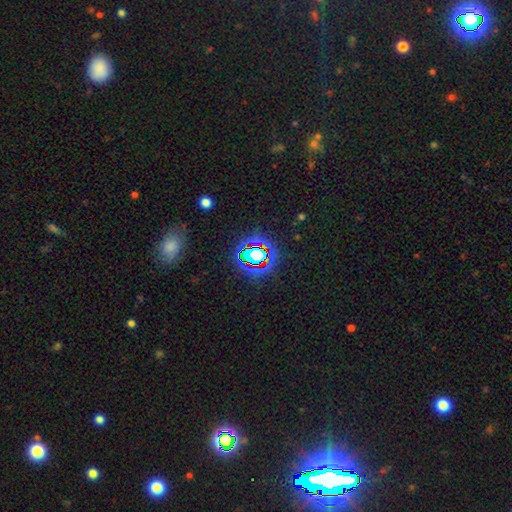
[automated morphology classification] This appears to be a star or artifact, not a galaxy (72%).